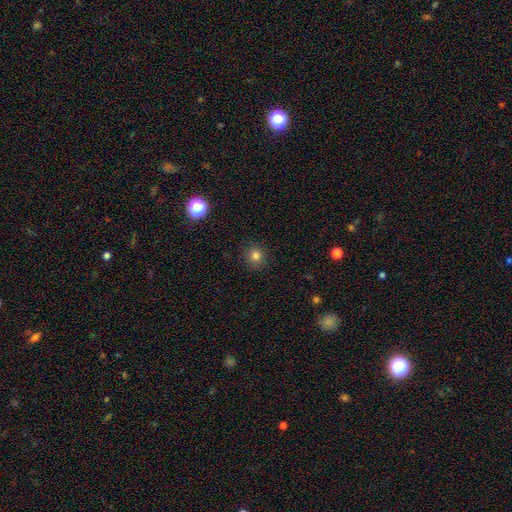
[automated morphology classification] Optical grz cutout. It shows a smooth galaxy with no disk features (79%) that is round (91%). Merging: none (90%).